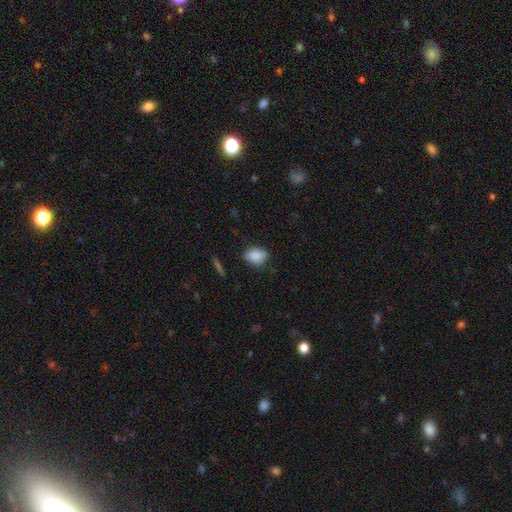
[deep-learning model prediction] Smooth or featured: smooth — 86% (star or artifact — 8%)
How rounded: in between — 77% (round — 21%)
Merging: none — 75% (minor disturbance — 19%)